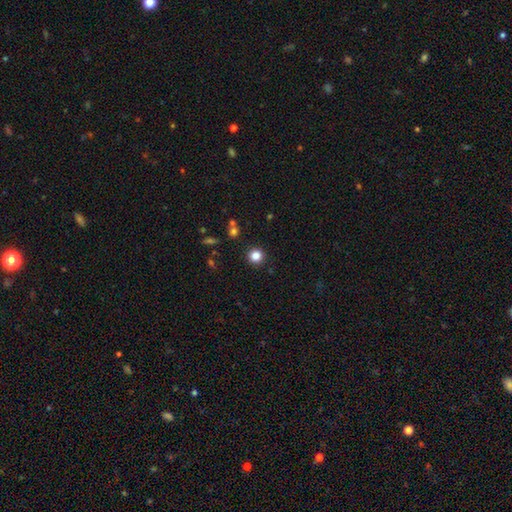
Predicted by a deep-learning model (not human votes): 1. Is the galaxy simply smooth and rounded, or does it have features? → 82% smooth, 13% star or artifact, 5% featured or disk.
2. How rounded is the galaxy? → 94% round, 5% in between, 1% cigar-shaped.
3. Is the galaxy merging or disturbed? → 90% none, 5% minor disturbance, 2% merger, 2% major disturbance.